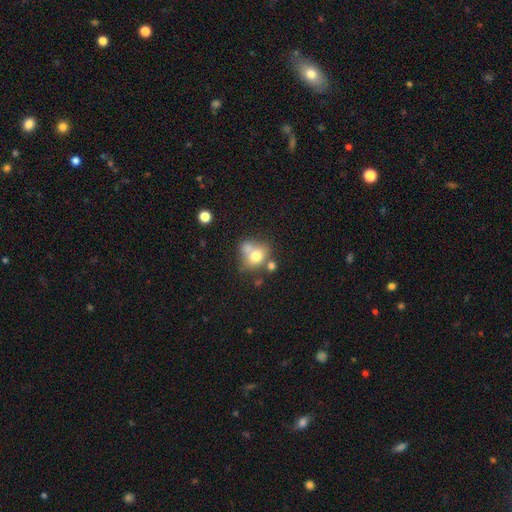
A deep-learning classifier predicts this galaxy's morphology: Smooth or featured? Predicted: smooth (p=0.70). How rounded? Predicted: round (p=0.58). Merging? Predicted: merger (p=0.40).